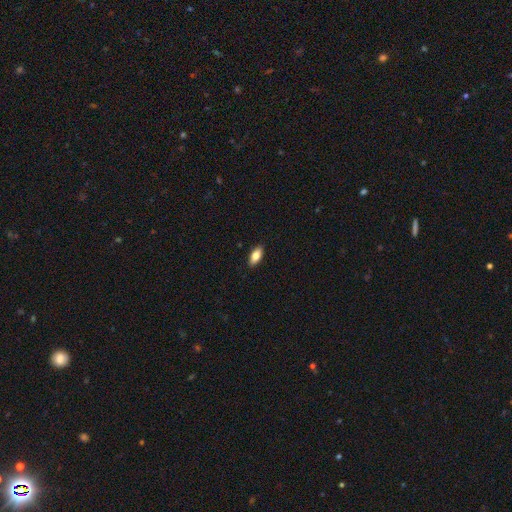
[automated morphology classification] Q: Smooth or featured?
A: smooth (81%); runner-up: featured or disk (12%)
Q: How rounded?
A: in between (86%); runner-up: cigar-shaped (11%)
Q: Merging?
A: none (89%); runner-up: minor disturbance (8%)